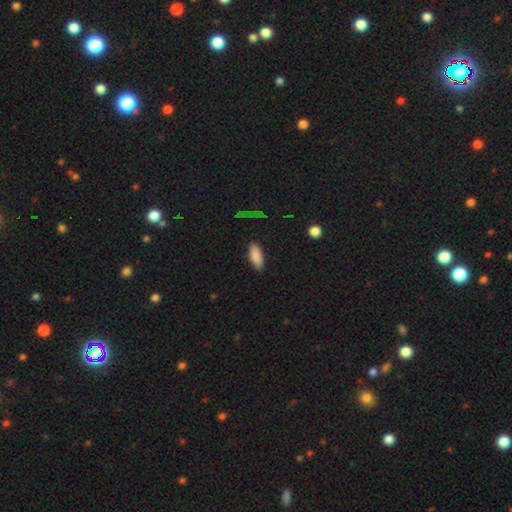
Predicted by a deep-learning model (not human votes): smooth 88%, star or artifact 7%, featured or disk 5%. Down the decision tree: how rounded — in between (79%); merging — none (85%).